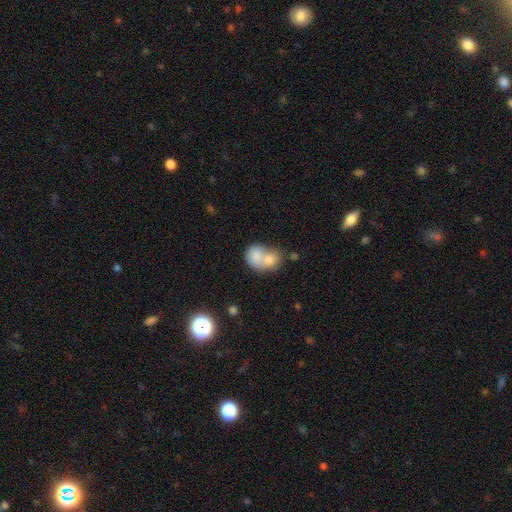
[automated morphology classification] smooth-or-featured: smooth: 76% | featured or disk: 16% | star or artifact: 8%
  how-rounded: round: 50% | in between: 49% | cigar-shaped: 1%
  merging: merger: 72% | none: 18% | minor disturbance: 7% | major disturbance: 4%